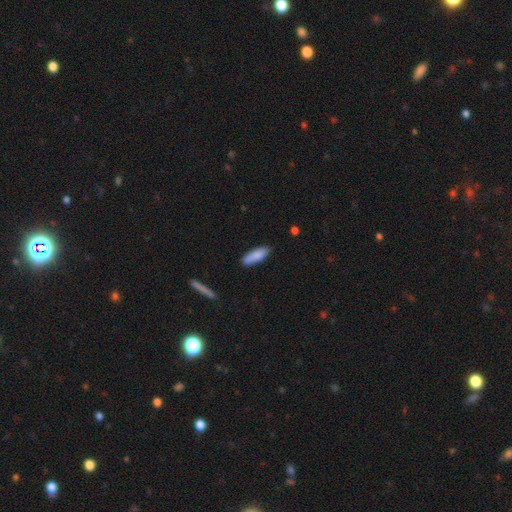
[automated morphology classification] Smooth or featured? Predicted: smooth (p=0.85). How rounded? Predicted: in between (p=0.52). Merging? Predicted: none (p=0.81).